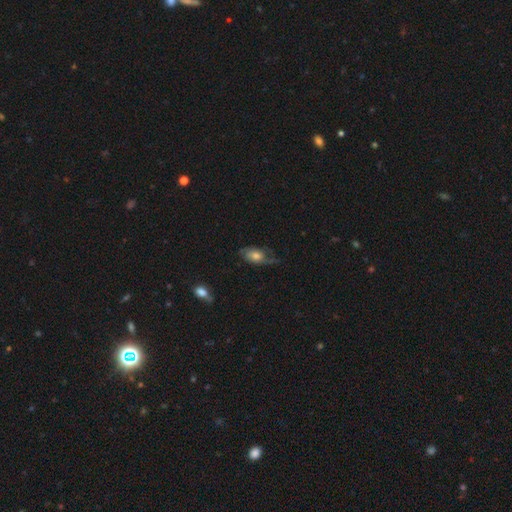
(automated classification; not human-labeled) Smooth or featured? featured or disk (49%)
Merging? none (47%)